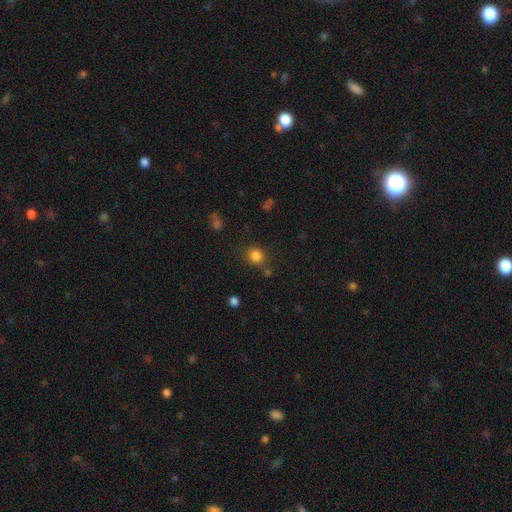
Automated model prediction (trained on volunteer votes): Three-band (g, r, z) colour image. It shows a smooth galaxy with no disk features (82%) that is round (83%). Merging: none (76%).